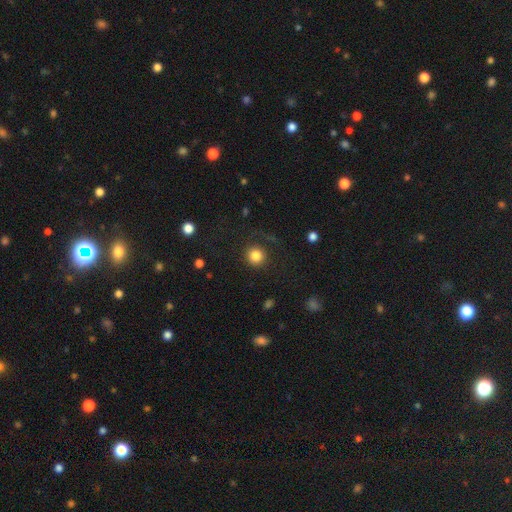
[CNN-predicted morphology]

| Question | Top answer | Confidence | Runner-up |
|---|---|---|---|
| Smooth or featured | smooth | 83% | star or artifact (11%) |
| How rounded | round | 94% | in between (5%) |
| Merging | none | 83% | minor disturbance (9%) |